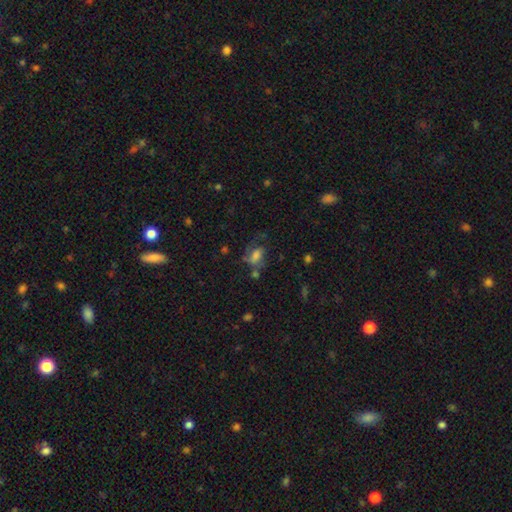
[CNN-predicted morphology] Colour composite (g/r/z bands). It shows a smooth galaxy with no disk features (50%) that is in between round and cigar-shaped (80%). Merging: none (37%).